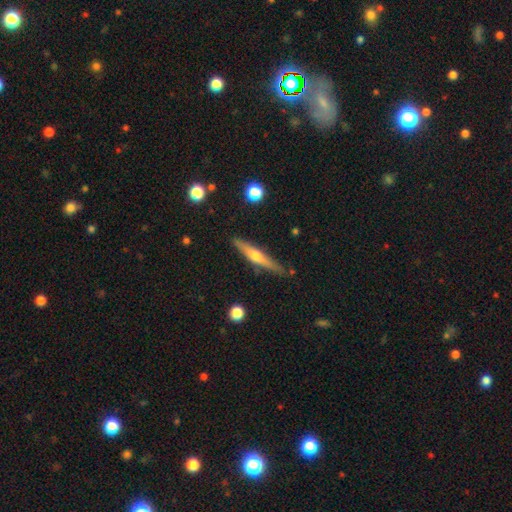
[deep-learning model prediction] Smooth or featured? featured or disk (61%)
Edge-on disk? yes (96%)
Edge-on bulge? rounded (85%)
Merging? none (85%)